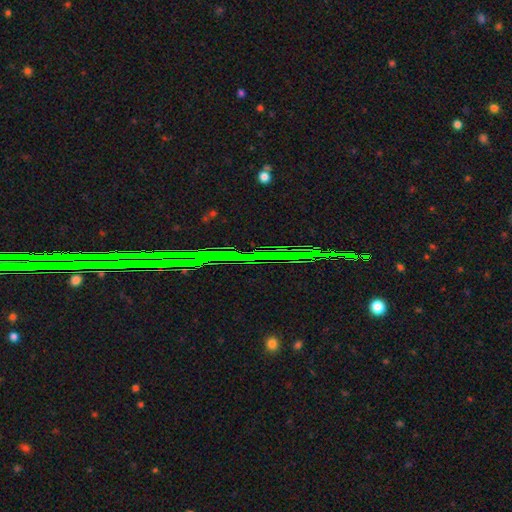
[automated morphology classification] A star or artifact, not a galaxy (82%).

Vote fractions:
- Smooth or featured? star or artifact: 82% / featured or disk: 10% / smooth: 8%